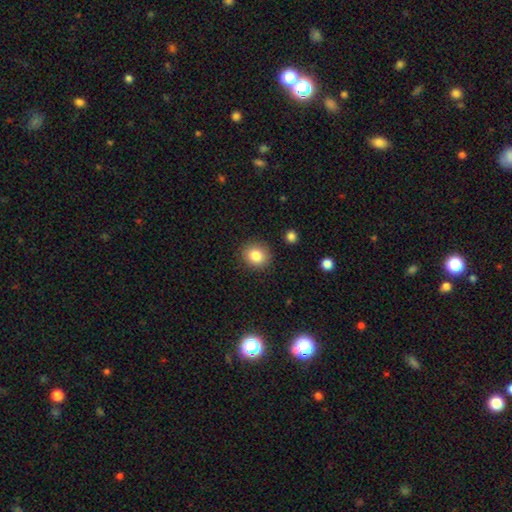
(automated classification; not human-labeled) Smooth or featured?
  - smooth: 84% *
  - star or artifact: 10%
  - featured or disk: 7%
How rounded?
  - round: 80% *
  - in between: 19%
  - cigar-shaped: 1%
Merging?
  - none: 89% *
  - minor disturbance: 7%
  - major disturbance: 2%
  - merger: 2%